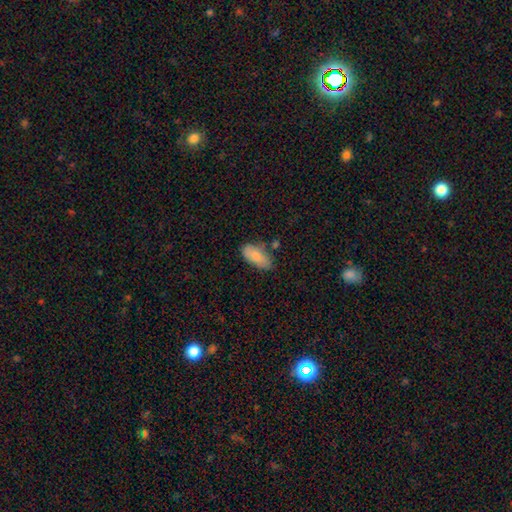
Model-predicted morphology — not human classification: This is clearly a smooth galaxy (84%). How rounded: clearly in between (92%). Merging: likely none (63%).